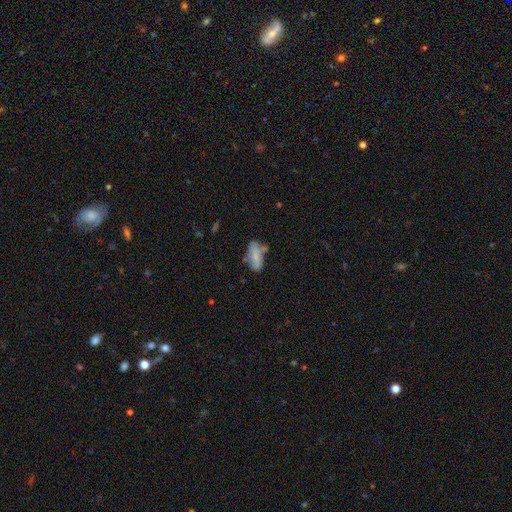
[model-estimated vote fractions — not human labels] A smooth galaxy with no disk features (66%) that is in between round and cigar-shaped (81%).

Vote fractions:
- Smooth or featured? smooth: 66% / featured or disk: 26% / star or artifact: 9%
- How rounded? in between: 81% / cigar-shaped: 16% / round: 3%
- Merging? none: 44% / minor disturbance: 27% / merger: 17% / major disturbance: 12%